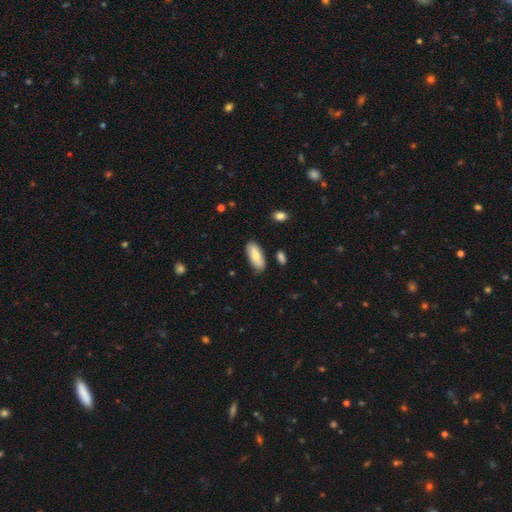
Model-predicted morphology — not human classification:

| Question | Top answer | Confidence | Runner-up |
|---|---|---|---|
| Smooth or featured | smooth | 73% | featured or disk (21%) |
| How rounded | in between | 83% | cigar-shaped (15%) |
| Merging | none | 79% | minor disturbance (16%) |